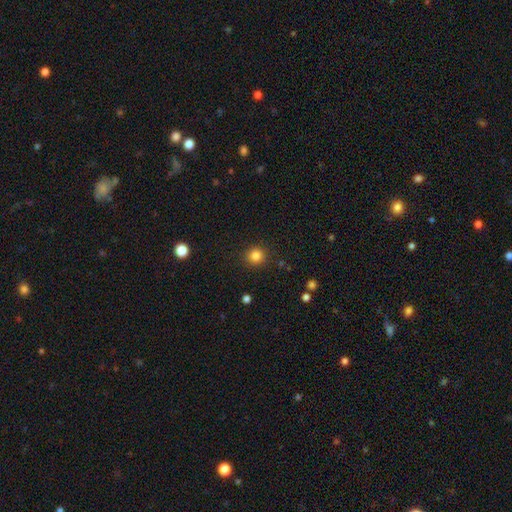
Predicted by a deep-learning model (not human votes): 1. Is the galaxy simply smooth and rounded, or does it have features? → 84% smooth, 12% star or artifact, 4% featured or disk.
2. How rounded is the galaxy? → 92% round, 7% in between, 1% cigar-shaped.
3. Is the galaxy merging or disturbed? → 90% none, 6% minor disturbance, 2% major disturbance, 1% merger.